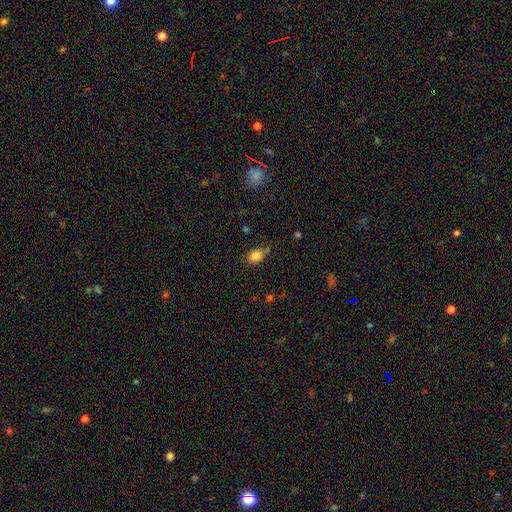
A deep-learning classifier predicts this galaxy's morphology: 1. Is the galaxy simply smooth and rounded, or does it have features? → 83% smooth, 11% star or artifact, 6% featured or disk.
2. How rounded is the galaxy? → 59% in between, 39% round, 2% cigar-shaped.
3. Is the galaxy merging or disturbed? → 66% none, 23% minor disturbance, 6% merger, 5% major disturbance.